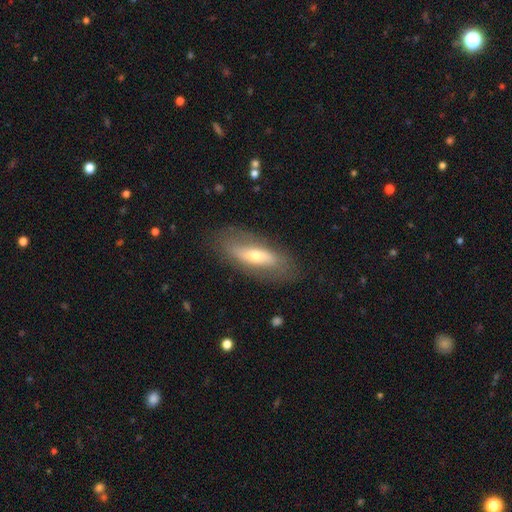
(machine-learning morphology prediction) smooth-or-featured: featured or disk: 51% | smooth: 42% | star or artifact: 7%
  disk-edge-on: no: 67% | yes: 33%
  merging: none: 78% | minor disturbance: 14% | major disturbance: 6% | merger: 1%